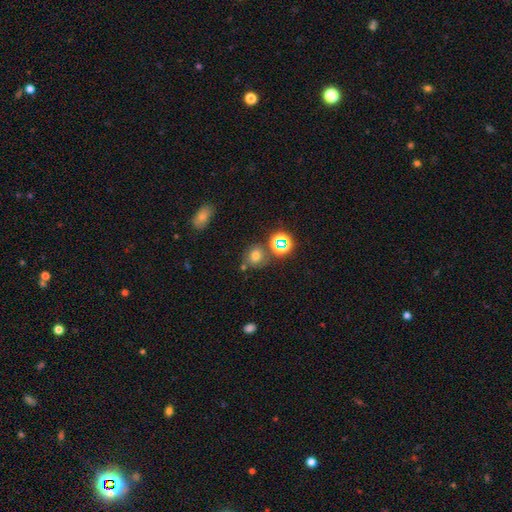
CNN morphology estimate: Smooth or featured: smooth — 67% (star or artifact — 23%)
How rounded: round — 75% (in between — 23%)
Merging: none — 69% (merger — 14%)